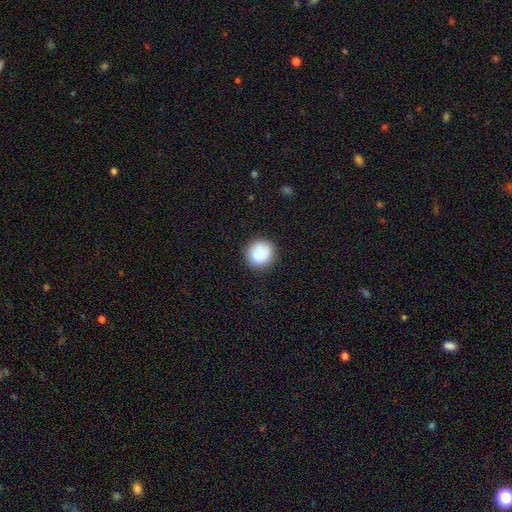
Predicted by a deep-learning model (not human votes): A smooth galaxy with no disk features (77%) that is round (88%).

Vote fractions:
- Smooth or featured? smooth: 77% / featured or disk: 14% / star or artifact: 8%
- How rounded? round: 88% / in between: 11% / cigar-shaped: 1%
- Merging? none: 70% / minor disturbance: 17% / merger: 8% / major disturbance: 5%